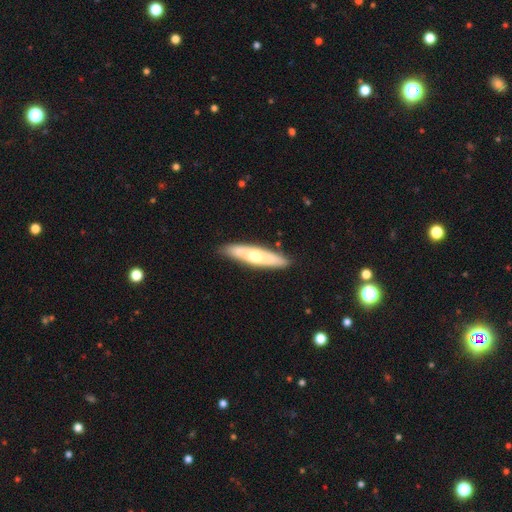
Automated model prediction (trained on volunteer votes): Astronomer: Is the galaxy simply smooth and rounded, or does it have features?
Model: smooth — 52% (runner-up: featured or disk, 43%).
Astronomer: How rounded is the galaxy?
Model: cigar-shaped — 78%.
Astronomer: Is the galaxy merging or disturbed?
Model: none — 87%.